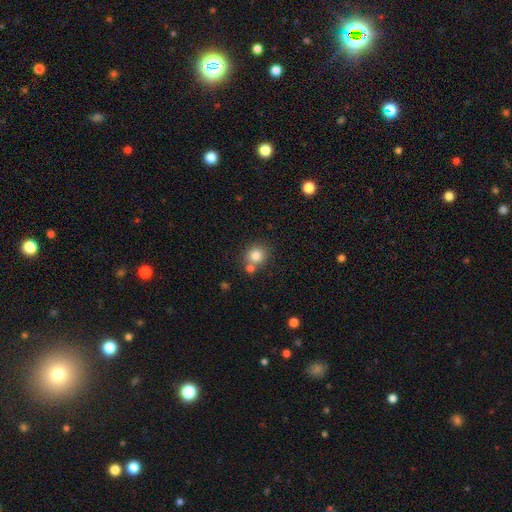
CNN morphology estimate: Smooth or featured? smooth (82%)
How rounded? round (85%)
Merging? none (64%)